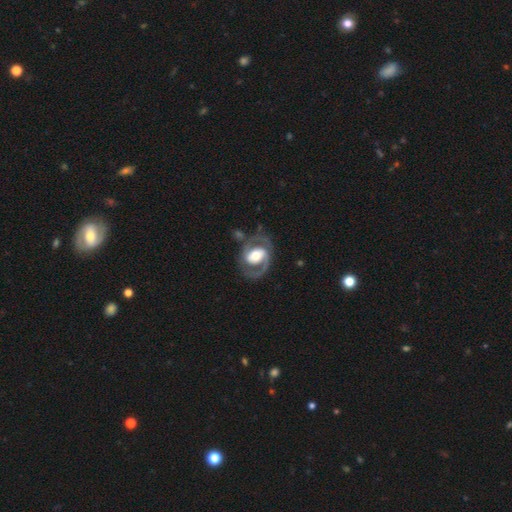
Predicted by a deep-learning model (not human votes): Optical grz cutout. It shows a featured or disk galaxy (81%) with no bar (41%), 2 (84%) medium (51%) spiral arms (86%) and a moderate central bulge (55%). Merging: none (67%).